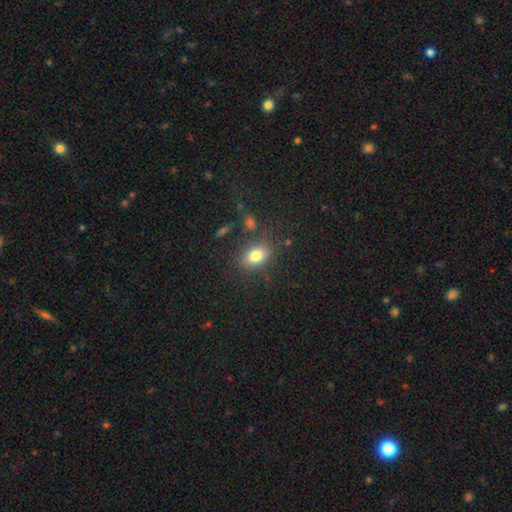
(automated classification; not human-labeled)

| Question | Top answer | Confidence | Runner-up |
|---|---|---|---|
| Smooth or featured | smooth | 79% | star or artifact (12%) |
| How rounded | in between | 73% | round (25%) |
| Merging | none | 77% | minor disturbance (13%) |